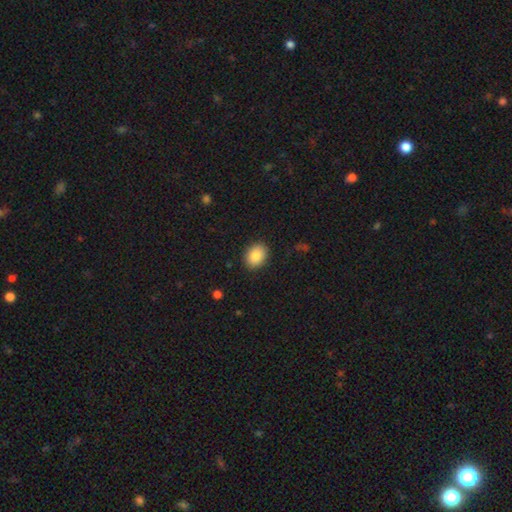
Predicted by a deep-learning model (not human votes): smooth_or_featured: smooth (p=0.86) [alt: star or artifact p=0.08]
how_rounded: in between (p=0.59) [alt: round p=0.40]
merging: none (p=0.89) [alt: minor disturbance p=0.08]